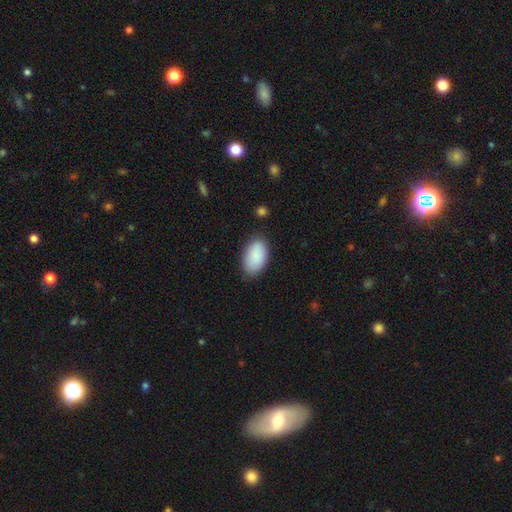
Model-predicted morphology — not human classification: This appears to be a smooth galaxy with no disk features (89%) that is in between round and cigar-shaped (94%). Merging: none (82%).